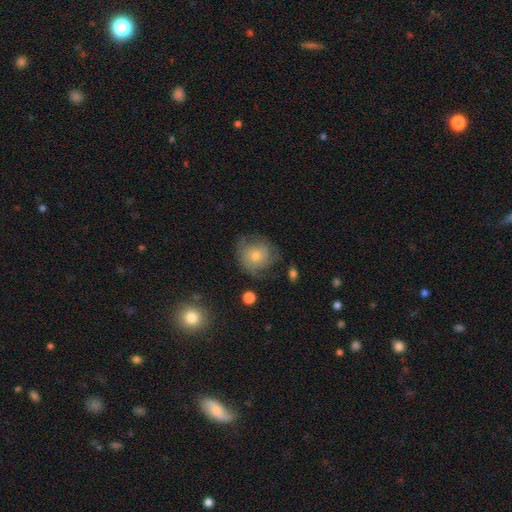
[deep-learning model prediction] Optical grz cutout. It shows a featured or disk galaxy (48%). Merging: none (63%).